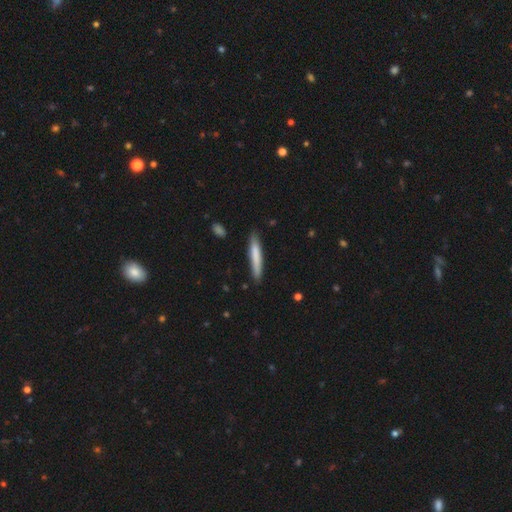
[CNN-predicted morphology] smooth_or_featured: smooth (p=0.75) [alt: featured or disk p=0.19]
how_rounded: cigar-shaped (p=0.93) [alt: in between p=0.05]
merging: none (p=0.85) [alt: minor disturbance p=0.11]